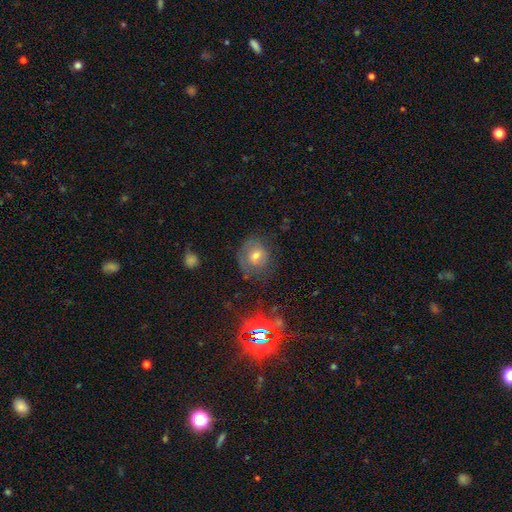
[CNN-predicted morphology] Q: Smooth or featured?
A: smooth (50%); runner-up: featured or disk (33%)
Q: Merging?
A: none (63%); runner-up: minor disturbance (22%)